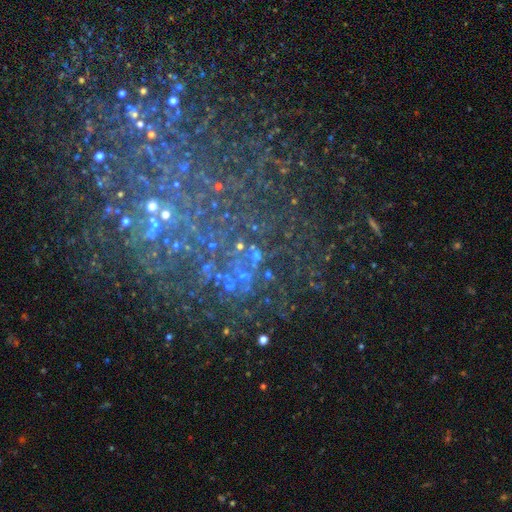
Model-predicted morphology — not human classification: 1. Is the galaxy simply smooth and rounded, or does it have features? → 43% star or artifact, 42% featured or disk, 16% smooth.